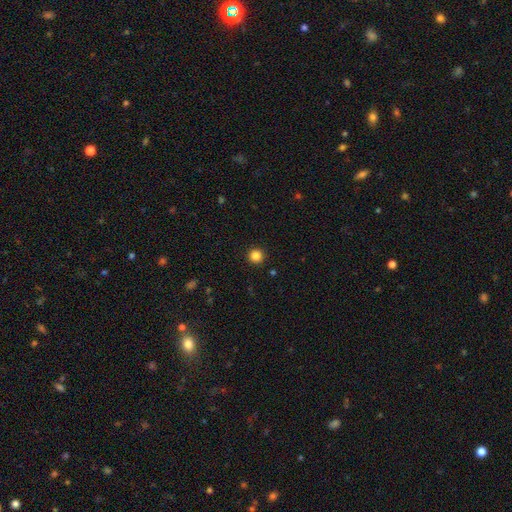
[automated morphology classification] type=smooth (85%); roundness=round (96%); merging=none (93%).